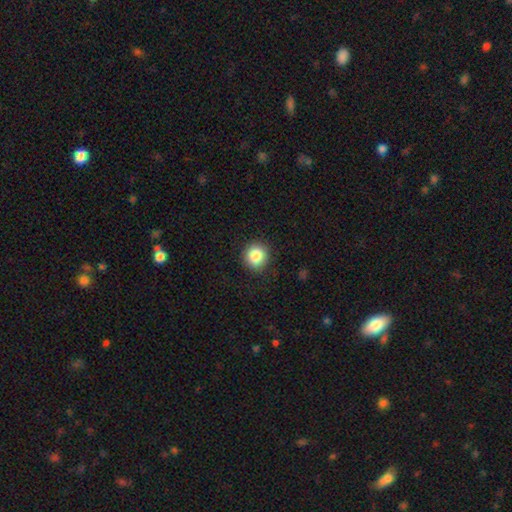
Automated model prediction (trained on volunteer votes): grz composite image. It shows a smooth galaxy with no disk features (86%) that is round (91%). Merging: none (89%).